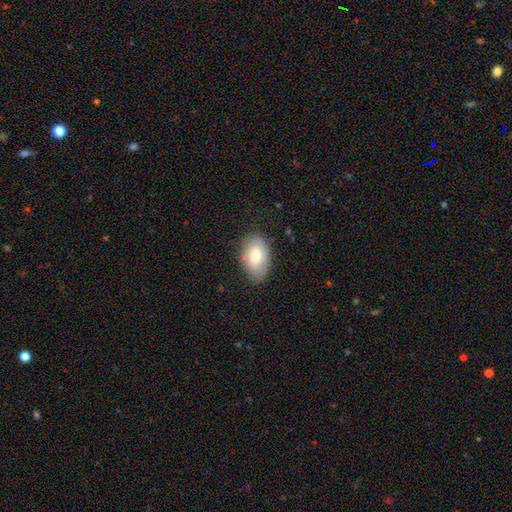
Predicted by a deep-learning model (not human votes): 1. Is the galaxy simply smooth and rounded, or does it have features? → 74% smooth, 20% featured or disk, 7% star or artifact.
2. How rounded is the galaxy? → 92% in between, 6% round, 1% cigar-shaped.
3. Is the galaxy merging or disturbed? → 77% none, 18% minor disturbance, 4% major disturbance, 1% merger.